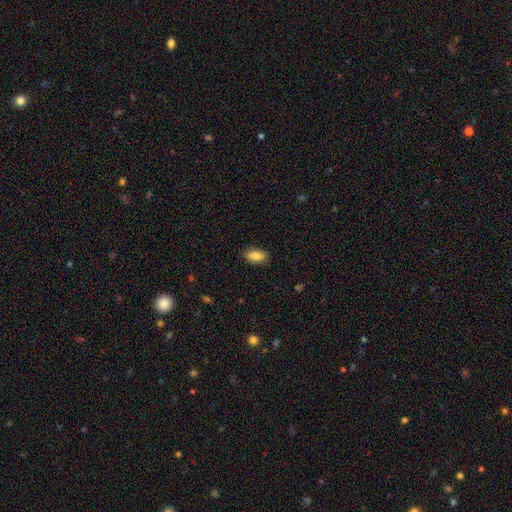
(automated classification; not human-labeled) smooth_or_featured: smooth (p=0.82) [alt: featured or disk p=0.10]
how_rounded: in between (p=0.87) [alt: cigar-shaped p=0.10]
merging: none (p=0.87) [alt: minor disturbance p=0.10]